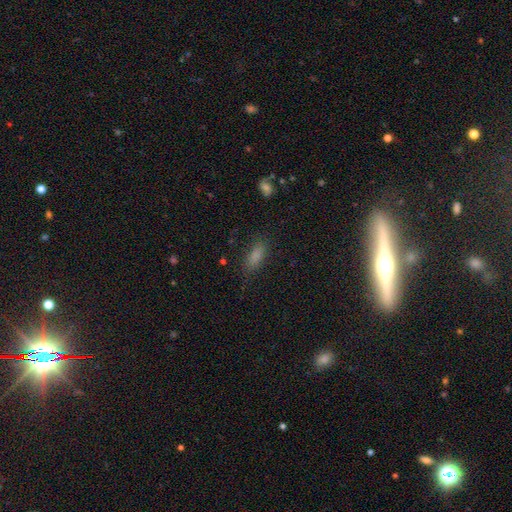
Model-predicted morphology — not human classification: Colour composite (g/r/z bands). It shows a smooth galaxy with no disk features (82%) that is in between round and cigar-shaped (74%). Merging: none (79%).